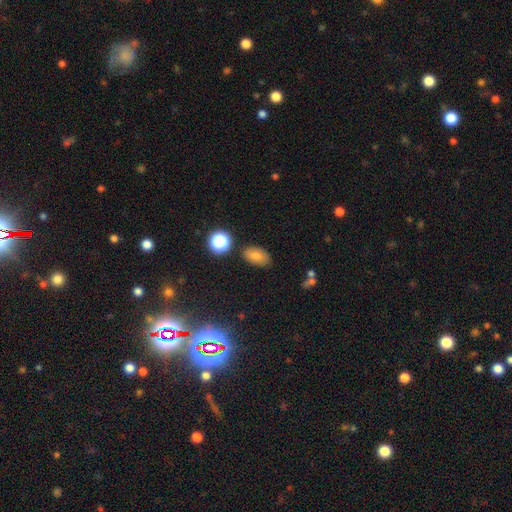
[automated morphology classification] A smooth galaxy with no disk features (79%) that is in between round and cigar-shaped (88%). Merging: none (80%).